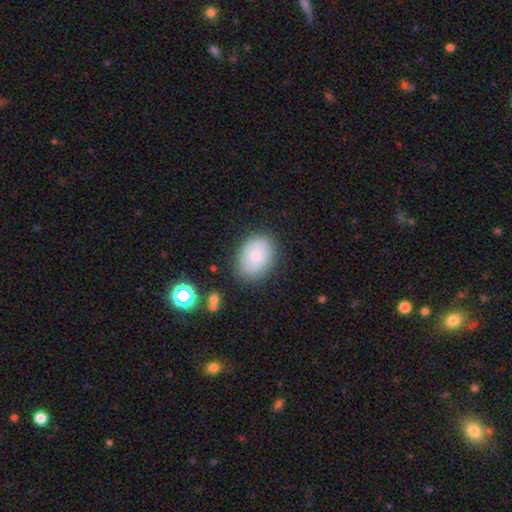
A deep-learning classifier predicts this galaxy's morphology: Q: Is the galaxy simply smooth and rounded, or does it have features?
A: smooth — 70%.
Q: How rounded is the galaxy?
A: in between — 68%.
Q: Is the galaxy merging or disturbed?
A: none — 77%.